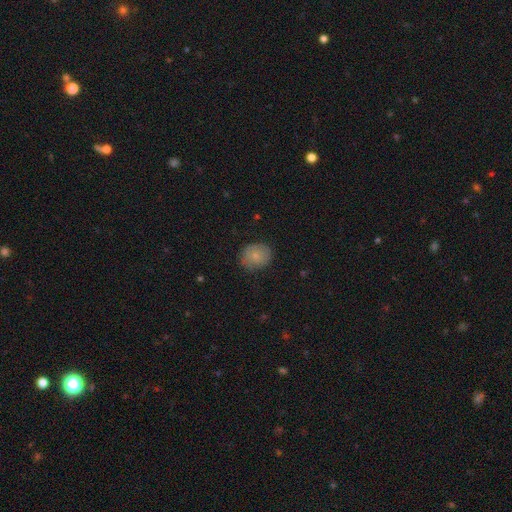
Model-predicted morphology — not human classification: This is likely a smooth galaxy (75%). How rounded: likely round (62%). Merging: likely none (78%).